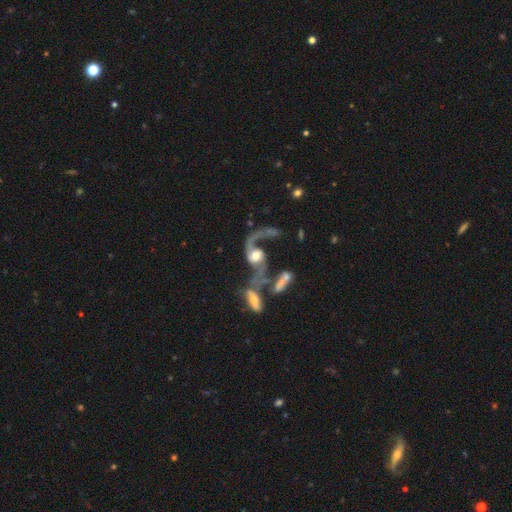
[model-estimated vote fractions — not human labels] Smooth or featured: featured or disk — 83% (smooth — 11%)
Edge-on disk: no — 95% (yes — 5%)
Bar: no — 62% (weak — 27%)
Spiral arms: yes — 91% (no — 9%)
Spiral winding: loose — 81% (medium — 16%)
Spiral arm count: 2 — 68% (1 — 27%)
Bulge size: moderate — 61% (large — 20%)
Merging: merger — 36% (major disturbance — 31%)